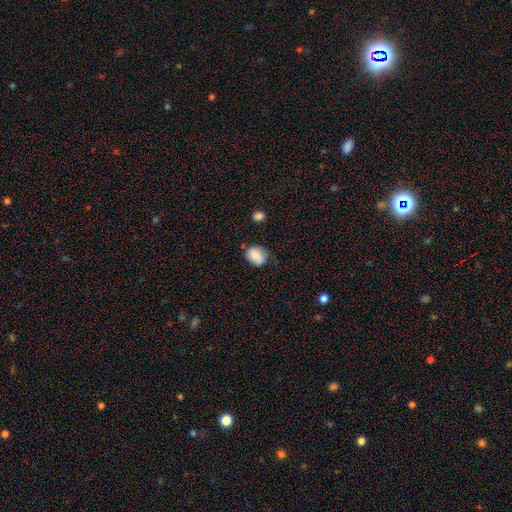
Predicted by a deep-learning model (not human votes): Smooth or featured? smooth (82%)
How rounded? in between (52%)
Merging? none (63%)